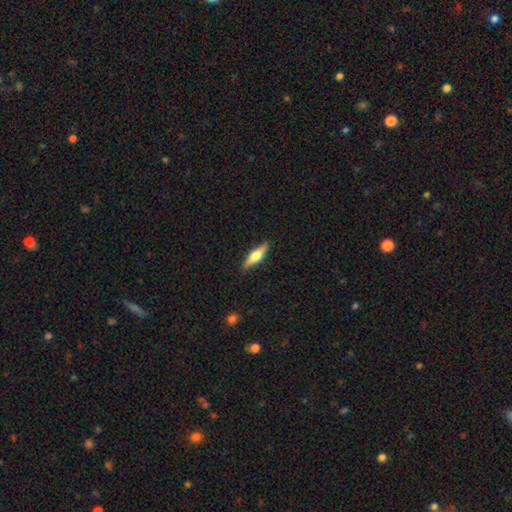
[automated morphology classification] type=smooth (51%); roundness=cigar-shaped (63%); merging=none (87%).